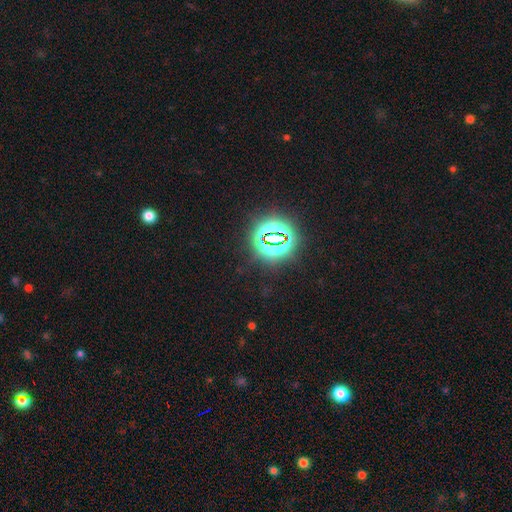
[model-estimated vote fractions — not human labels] Smooth or featured? star or artifact (82%)